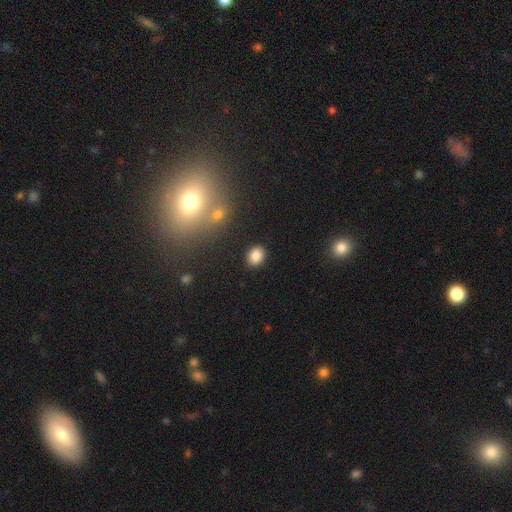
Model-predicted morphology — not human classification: The model was most divided on "how rounded": in between: 51%, round: 48%, cigar-shaped: 1%. More confident: merging — none (86%); smooth or featured — smooth (86%).